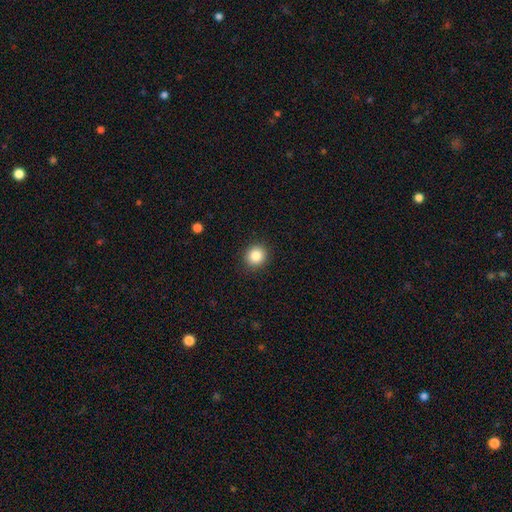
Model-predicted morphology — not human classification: This is clearly a smooth galaxy (86%). How rounded: clearly round (87%). Merging: clearly none (91%).